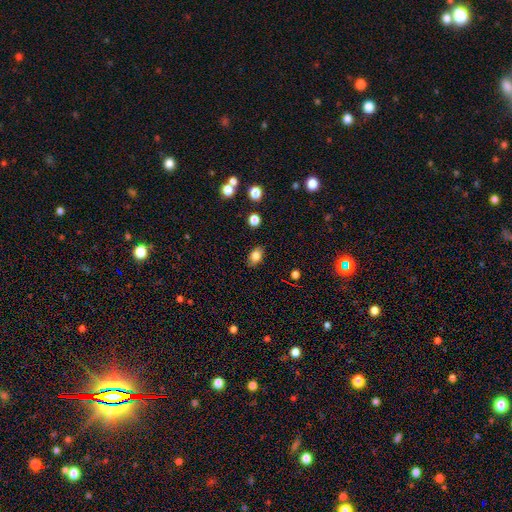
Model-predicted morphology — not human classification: Smooth or featured? Predicted: smooth (p=0.80). How rounded? Predicted: in between (p=0.81). Merging? Predicted: none (p=0.85).